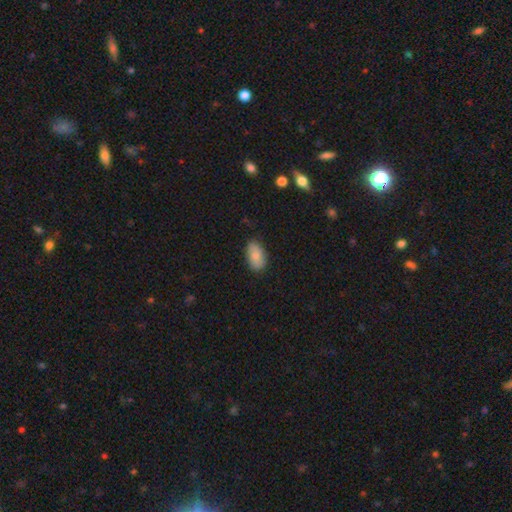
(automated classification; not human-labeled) This appears to be a smooth galaxy with no disk features (78%) that is in between round and cigar-shaped (92%). Merging: none (79%).